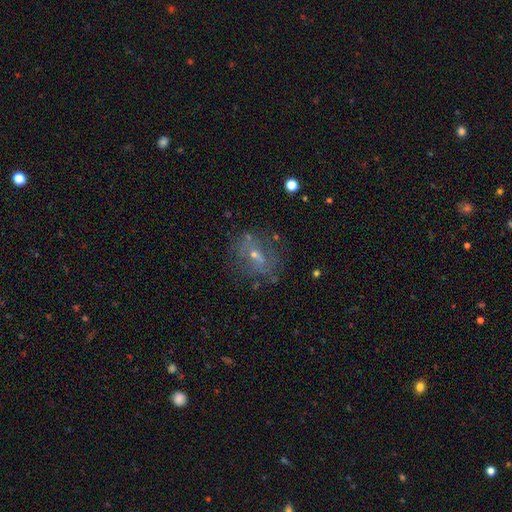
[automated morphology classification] Smooth or featured: featured or disk — 58% (smooth — 28%)
Edge-on disk: no — 93% (yes — 7%)
Bar: no — 46% (weak — 38%)
Spiral arms: no — 64% (yes — 36%)
Bulge size: small — 63% (moderate — 30%)
Merging: none — 61% (minor disturbance — 19%)